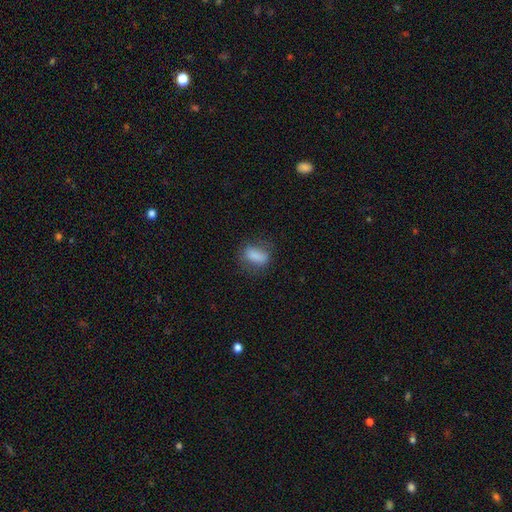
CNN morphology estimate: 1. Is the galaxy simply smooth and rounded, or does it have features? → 82% smooth, 9% featured or disk, 9% star or artifact.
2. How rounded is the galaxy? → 80% in between, 10% round, 9% cigar-shaped.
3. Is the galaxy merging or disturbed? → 67% none, 21% minor disturbance, 10% major disturbance, 2% merger.